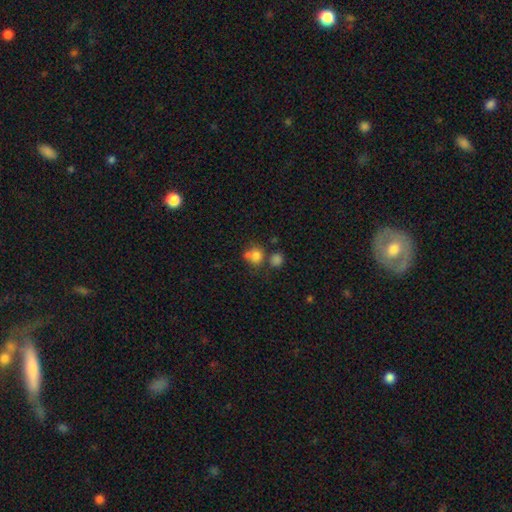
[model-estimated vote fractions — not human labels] A smooth galaxy with no disk features (76%) that is round (84%).

Vote fractions:
- Smooth or featured? smooth: 76% / star or artifact: 13% / featured or disk: 11%
- How rounded? round: 84% / in between: 15% / cigar-shaped: 1%
- Merging? none: 51% / merger: 34% / minor disturbance: 11% / major disturbance: 5%